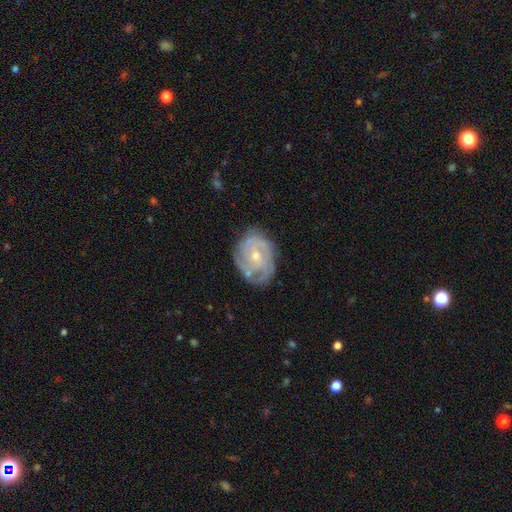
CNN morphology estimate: type=featured or disk (81%); edge-on=no (97%); bar=no (71%); spiral arms=yes (91%); winding=tight (61%); arm count=can't tell (32%); bulge=small (60%); merging=none (70%).